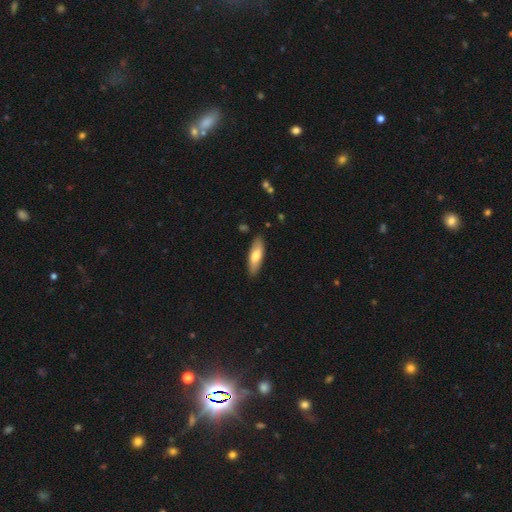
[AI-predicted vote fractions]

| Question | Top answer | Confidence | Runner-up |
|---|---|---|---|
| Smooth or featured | smooth | 69% | featured or disk (25%) |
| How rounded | in between | 52% | cigar-shaped (46%) |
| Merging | none | 86% | minor disturbance (11%) |